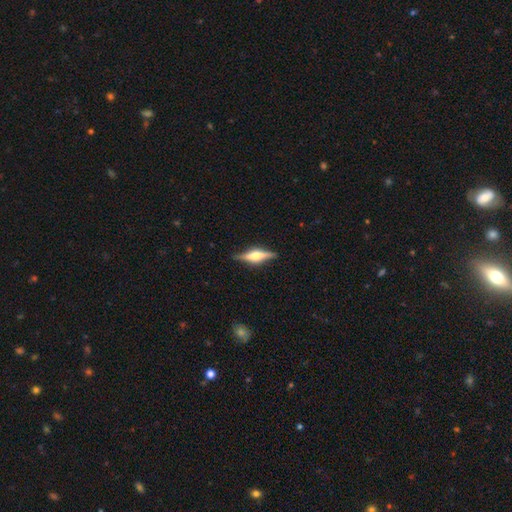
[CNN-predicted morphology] This is likely a featured or disk galaxy (72%). It is clearly viewed edge-on (97%). Edge-on bulge: clearly rounded (83%). Merging: clearly none (86%).